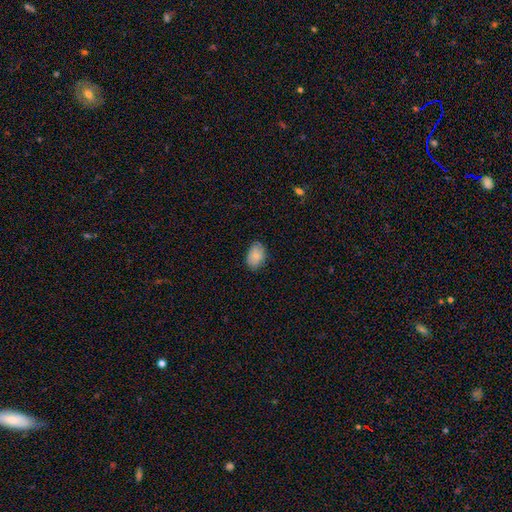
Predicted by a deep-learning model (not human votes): Smooth or featured? smooth (83%)
How rounded? in between (83%)
Merging? none (80%)